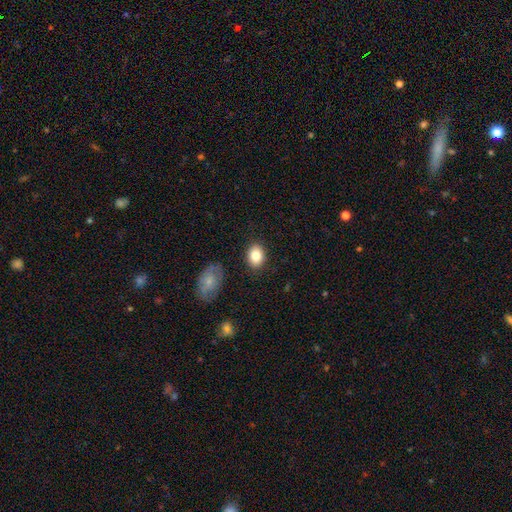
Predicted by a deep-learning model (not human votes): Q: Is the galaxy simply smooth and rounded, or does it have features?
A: smooth — 84%.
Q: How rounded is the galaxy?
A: in between — 71%.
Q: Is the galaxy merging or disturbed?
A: none — 86%.